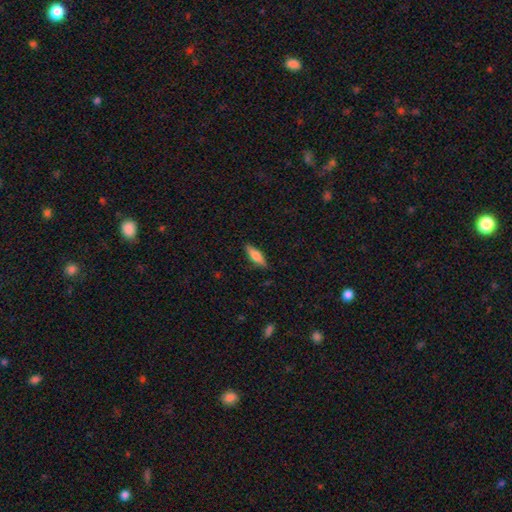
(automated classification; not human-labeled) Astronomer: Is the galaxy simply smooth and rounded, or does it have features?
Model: smooth — 69%.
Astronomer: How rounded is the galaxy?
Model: cigar-shaped — 51% (runner-up: in between, 46%).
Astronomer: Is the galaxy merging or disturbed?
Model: none — 84%.